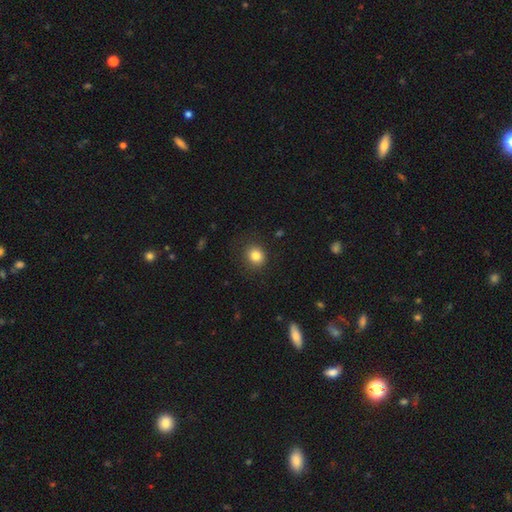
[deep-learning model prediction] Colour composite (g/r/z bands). It shows a smooth galaxy with no disk features (83%) that is round (82%). Merging: none (86%).